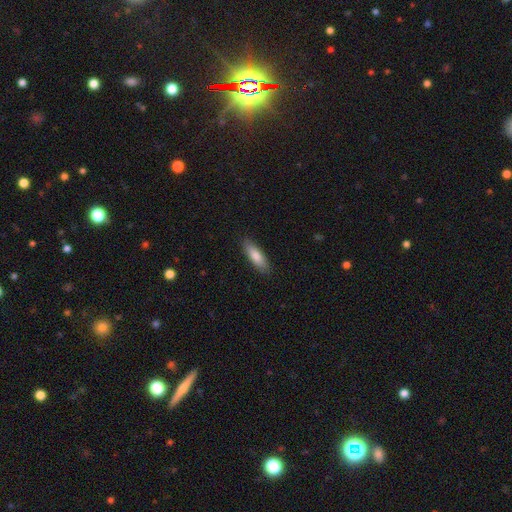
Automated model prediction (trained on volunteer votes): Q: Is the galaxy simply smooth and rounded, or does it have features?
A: smooth — 80%.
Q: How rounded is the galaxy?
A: cigar-shaped — 58%.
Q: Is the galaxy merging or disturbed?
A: none — 88%.